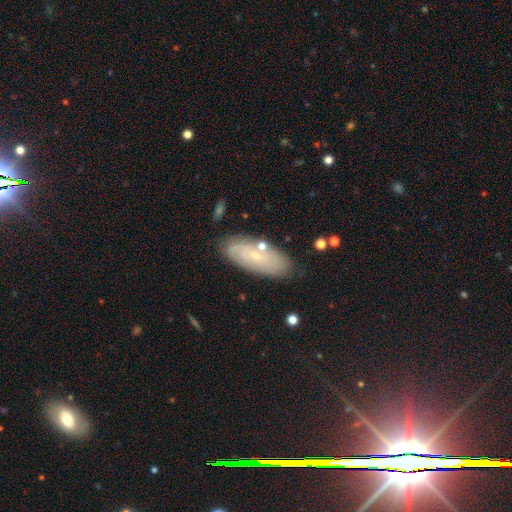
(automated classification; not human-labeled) Smooth or featured? featured or disk (51%)
Edge-on disk? no (86%)
Merging? none (78%)